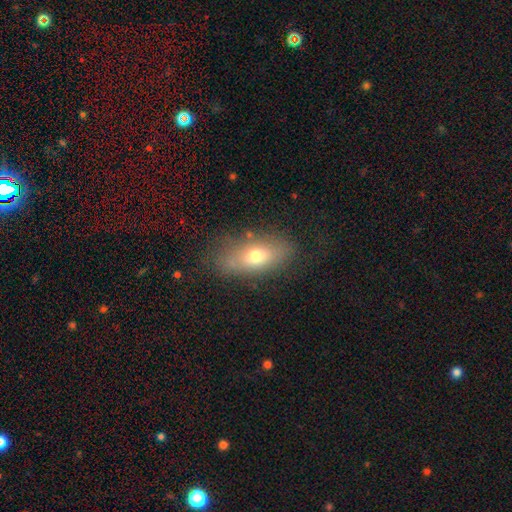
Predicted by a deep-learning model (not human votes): Morphology: type=smooth (69%); roundness=in between (83%); merging=none (75%).